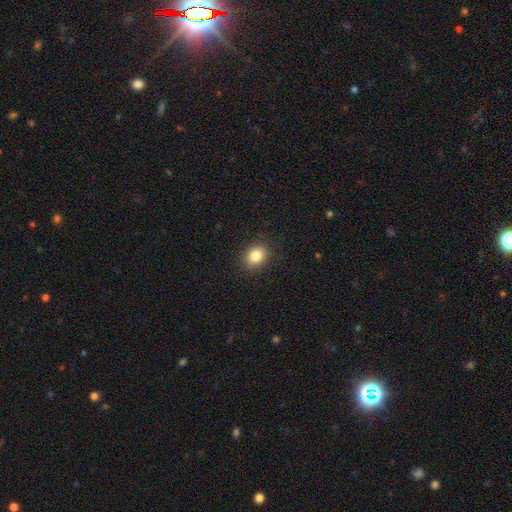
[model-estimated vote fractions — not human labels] This appears to be a smooth galaxy with no disk features (84%) that is round (51%). Merging: none (88%).